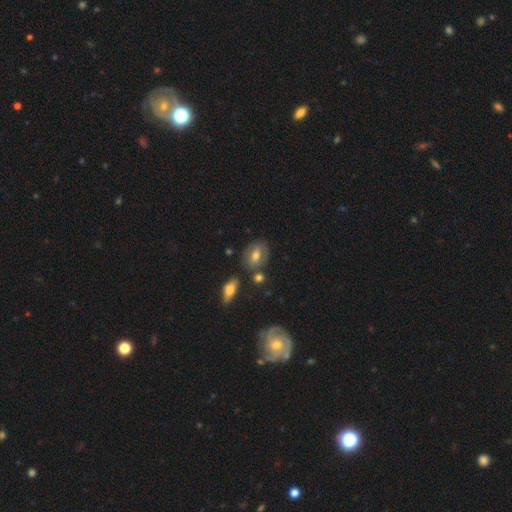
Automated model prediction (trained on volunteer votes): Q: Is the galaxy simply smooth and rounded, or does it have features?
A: smooth — 61%.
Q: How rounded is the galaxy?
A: in between — 73%.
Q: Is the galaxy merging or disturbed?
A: none — 70%.